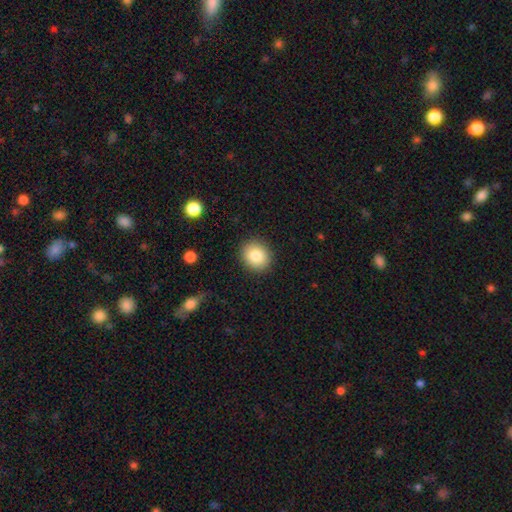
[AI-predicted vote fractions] smooth-or-featured: smooth: 83% | star or artifact: 9% | featured or disk: 8%
  how-rounded: round: 72% | in between: 27% | cigar-shaped: 1%
  merging: none: 90% | minor disturbance: 7% | major disturbance: 2% | merger: 1%